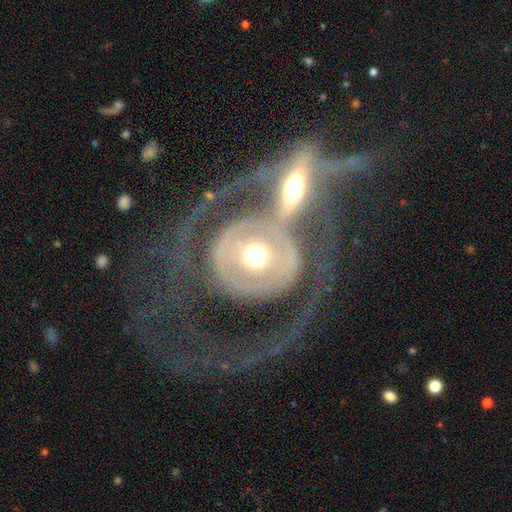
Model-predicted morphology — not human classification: This is likely a featured or disk galaxy (74%). It is clearly not viewed edge-on (92%). Bar: likely no (71%). Spiral arm pattern: possibly no (53%). Central bulge: likely moderate (66%). Merging: marginally merger (42%).